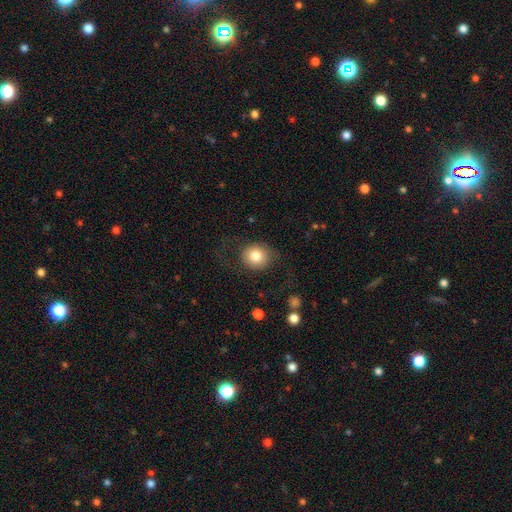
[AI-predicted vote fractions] smooth_or_featured: smooth (p=0.79) [alt: featured or disk p=0.13]
how_rounded: round (p=0.80) [alt: in between p=0.19]
merging: none (p=0.71) [alt: minor disturbance p=0.14]